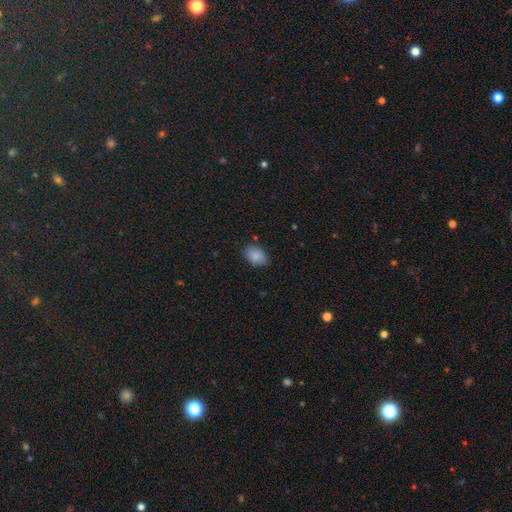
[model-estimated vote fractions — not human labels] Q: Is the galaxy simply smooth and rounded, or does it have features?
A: smooth — 87%.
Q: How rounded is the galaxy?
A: in between — 80%.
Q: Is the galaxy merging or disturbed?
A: none — 81%.